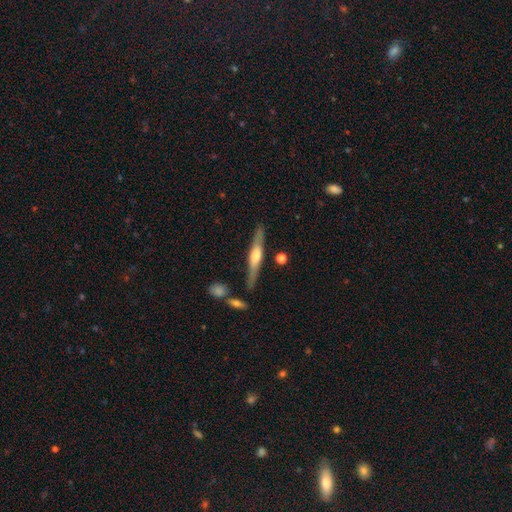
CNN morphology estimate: type=featured or disk (70%); edge-on=yes (97%); edge-on bulge=rounded (82%); merging=none (85%).